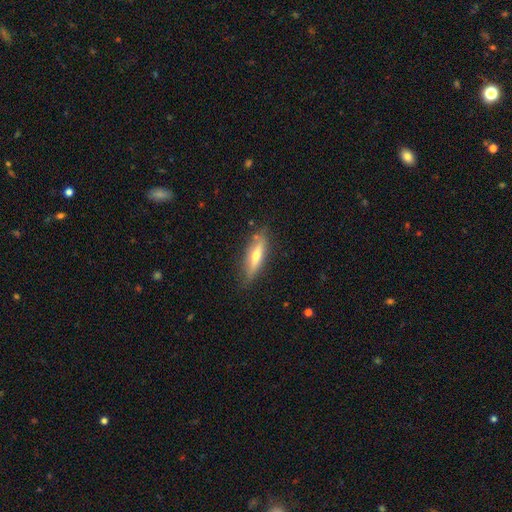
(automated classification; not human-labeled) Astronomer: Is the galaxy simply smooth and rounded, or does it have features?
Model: featured or disk — 52% (runner-up: smooth, 41%).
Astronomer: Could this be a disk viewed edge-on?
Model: yes — 84%.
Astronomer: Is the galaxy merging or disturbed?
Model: none — 82%.